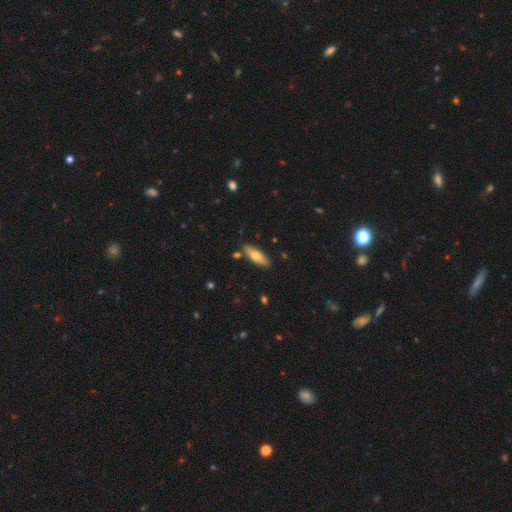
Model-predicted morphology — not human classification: smooth 68%, featured or disk 26%, star or artifact 6%. Down the decision tree: how rounded — in between (58%); merging — none (85%).